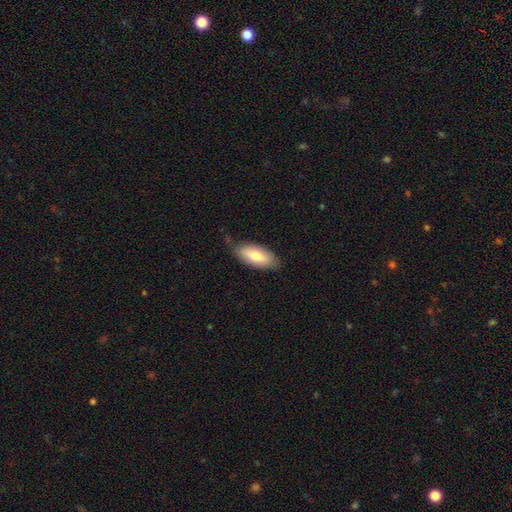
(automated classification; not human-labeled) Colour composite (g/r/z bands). It shows a smooth galaxy with no disk features (72%) that is in between round and cigar-shaped (85%). Merging: none (77%).